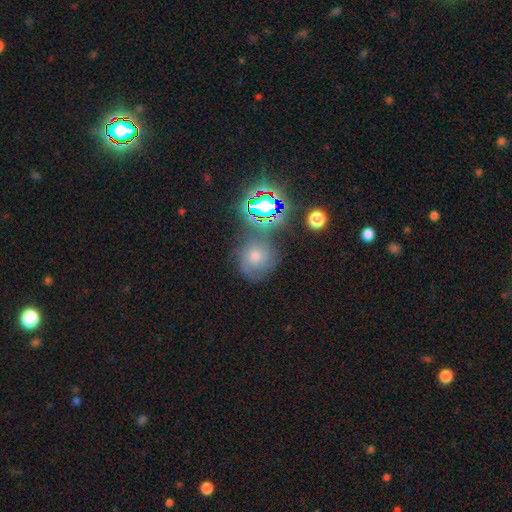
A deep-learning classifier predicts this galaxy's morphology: Smooth or featured? smooth (40%)
Merging? none (64%)